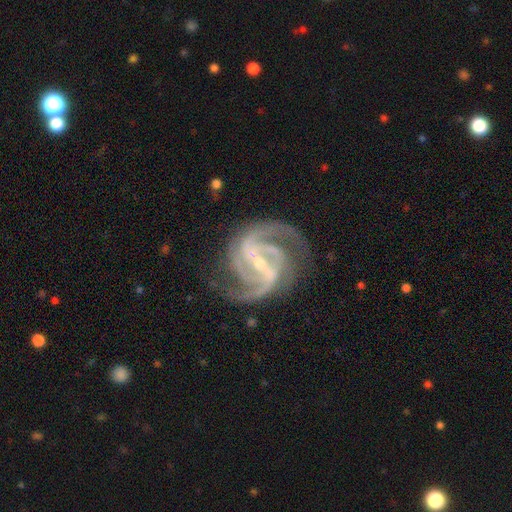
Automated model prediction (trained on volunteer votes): Smooth or featured: featured or disk — 93% (star or artifact — 5%)
Edge-on disk: no — 98% (yes — 2%)
Bar: strong — 67% (weak — 26%)
Spiral arms: yes — 99% (no — 1%)
Spiral winding: medium — 58% (tight — 27%)
Spiral arm count: 2 — 54% (3 — 23%)
Bulge size: small — 76% (moderate — 18%)
Merging: none — 76% (minor disturbance — 15%)